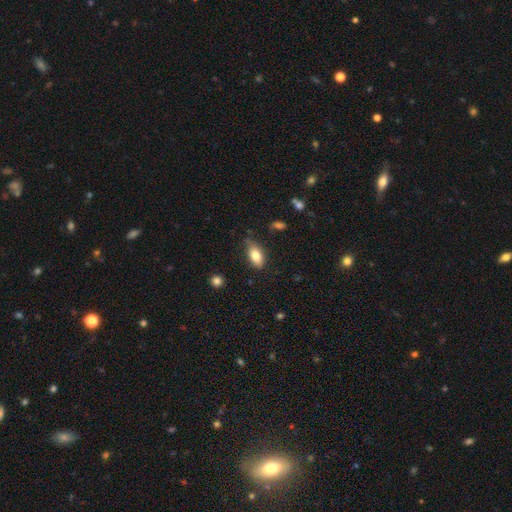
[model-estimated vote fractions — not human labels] Q: Smooth or featured?
A: smooth (81%); runner-up: featured or disk (11%)
Q: How rounded?
A: in between (90%); runner-up: cigar-shaped (5%)
Q: Merging?
A: none (71%); runner-up: minor disturbance (22%)